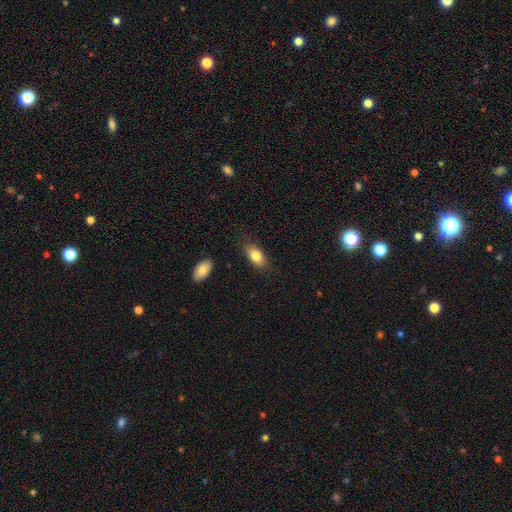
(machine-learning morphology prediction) A smooth galaxy with no disk features (80%) that is in between round and cigar-shaped (90%).

Vote fractions:
- Smooth or featured? smooth: 80% / featured or disk: 13% / star or artifact: 7%
- How rounded? in between: 90% / round: 5% / cigar-shaped: 5%
- Merging? none: 80% / minor disturbance: 14% / major disturbance: 3% / merger: 2%